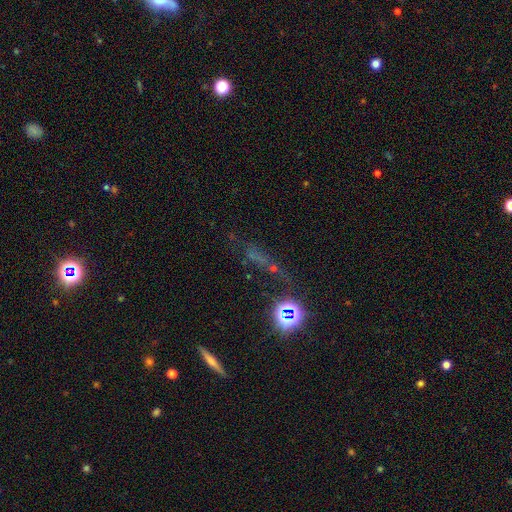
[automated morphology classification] Smooth or featured?
  - star or artifact: 46% *
  - smooth: 29%
  - featured or disk: 25%